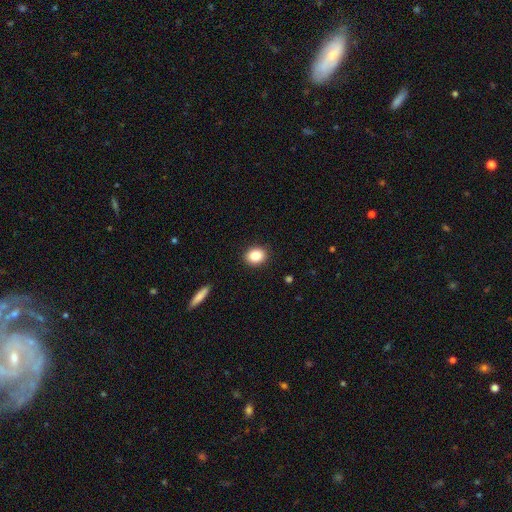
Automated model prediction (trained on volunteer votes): Smooth or featured? smooth (86%)
How rounded? round (54%)
Merging? none (90%)